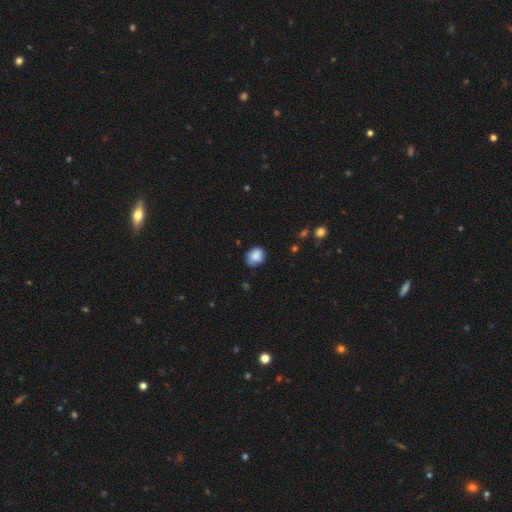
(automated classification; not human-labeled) This appears to be a smooth galaxy with no disk features (85%) that is round (54%). Merging: none (67%).